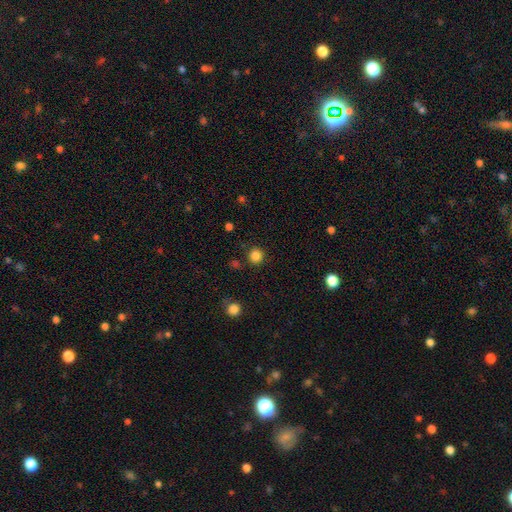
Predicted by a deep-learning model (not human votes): Morphology: type=smooth (84%); roundness=round (93%); merging=none (89%).